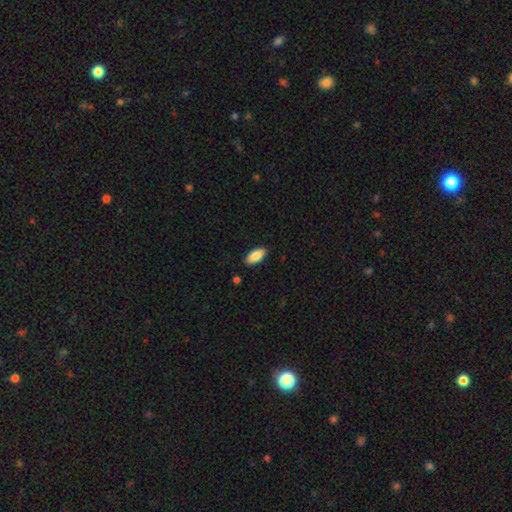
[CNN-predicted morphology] smooth_or_featured: smooth (p=0.86) [alt: featured or disk p=0.07]
how_rounded: in between (p=0.91) [alt: cigar-shaped p=0.07]
merging: none (p=0.88) [alt: minor disturbance p=0.09]